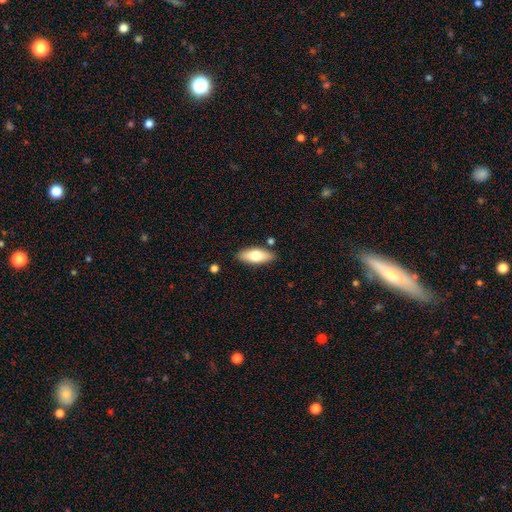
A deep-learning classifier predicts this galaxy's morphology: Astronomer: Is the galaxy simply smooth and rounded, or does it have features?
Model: smooth — 71%.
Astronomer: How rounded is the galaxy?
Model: in between — 77%.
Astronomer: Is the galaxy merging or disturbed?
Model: none — 85%.